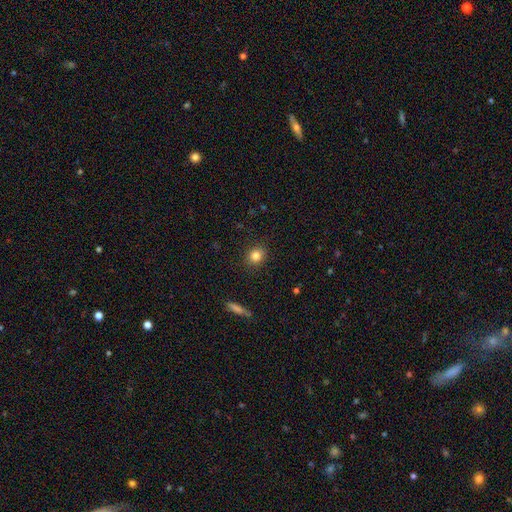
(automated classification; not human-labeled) smooth-or-featured: smooth: 83% | star or artifact: 11% | featured or disk: 6%
  how-rounded: round: 78% | in between: 20% | cigar-shaped: 1%
  merging: none: 90% | minor disturbance: 7% | major disturbance: 2% | merger: 1%